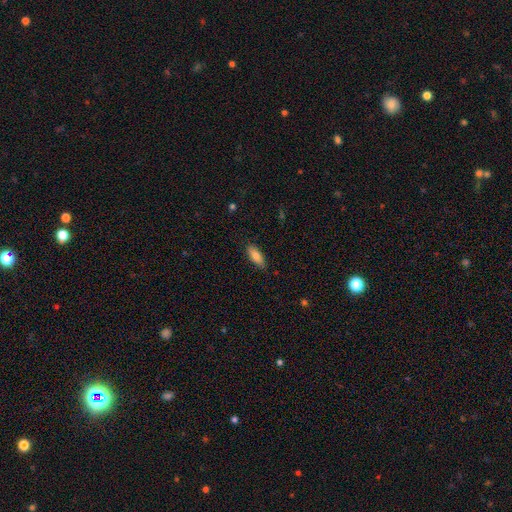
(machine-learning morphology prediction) A smooth galaxy with no disk features (81%) that is in between round and cigar-shaped (74%). Merging: none (83%).